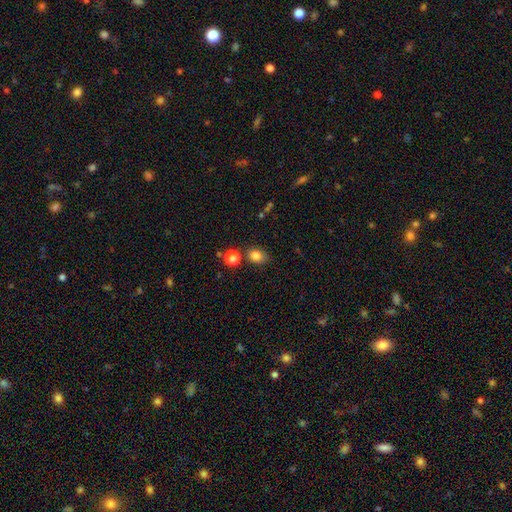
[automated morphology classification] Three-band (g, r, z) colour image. It shows a smooth galaxy with no disk features (82%) that is in between round and cigar-shaped (60%). Merging: none (71%).